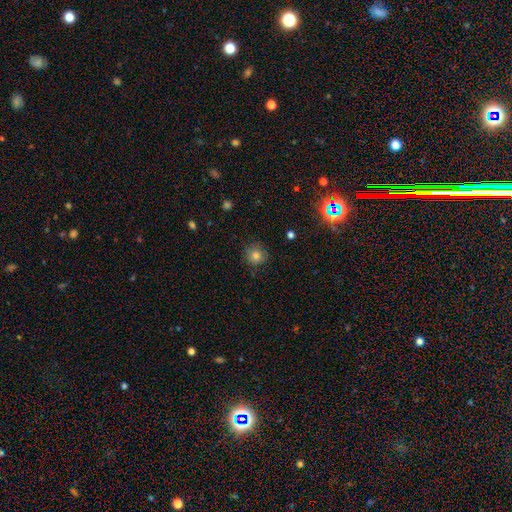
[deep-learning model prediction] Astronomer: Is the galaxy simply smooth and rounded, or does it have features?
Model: smooth — 81%.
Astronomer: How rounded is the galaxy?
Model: round — 91%.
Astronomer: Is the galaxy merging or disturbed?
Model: none — 85%.